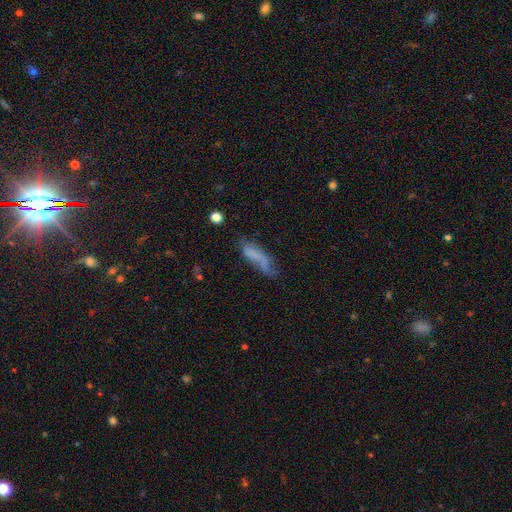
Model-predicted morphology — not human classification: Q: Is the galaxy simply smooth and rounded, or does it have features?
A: smooth — 62%.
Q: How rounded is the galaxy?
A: cigar-shaped — 53%.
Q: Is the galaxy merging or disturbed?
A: none — 40%.